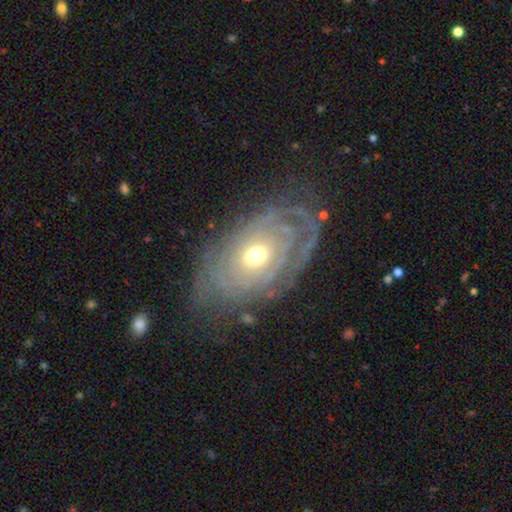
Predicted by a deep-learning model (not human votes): Smooth or featured?
  - featured or disk: 80% *
  - smooth: 13%
  - star or artifact: 7%
Edge-on disk?
  - no: 93% *
  - yes: 7%
Bar?
  - no: 80% *
  - weak: 15%
  - strong: 5%
Spiral arms?
  - yes: 81% *
  - no: 19%
Spiral winding?
  - tight: 76% *
  - medium: 17%
  - loose: 7%
Spiral arm count?
  - can't tell: 49% *
  - 2: 15%
  - more than 4: 11%
  - 3: 10%
  - 4: 9%
  - 1: 6%
Bulge size?
  - moderate: 66% *
  - small: 25%
  - large: 7%
  - dominant: 1%
  - none: 1%
Merging?
  - none: 70% *
  - minor disturbance: 17%
  - major disturbance: 11%
  - merger: 2%